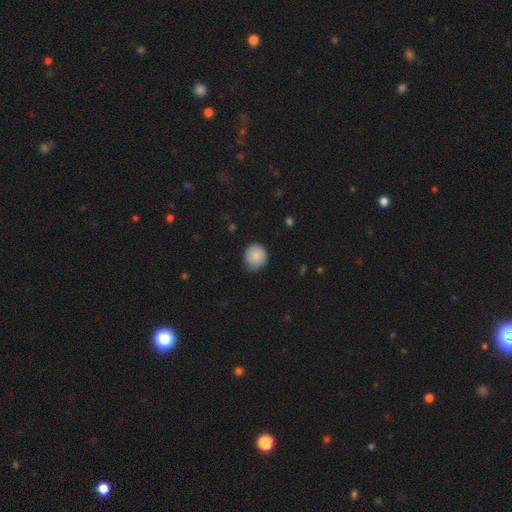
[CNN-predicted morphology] A smooth galaxy with no disk features (87%) that is round (78%). Merging: none (71%).